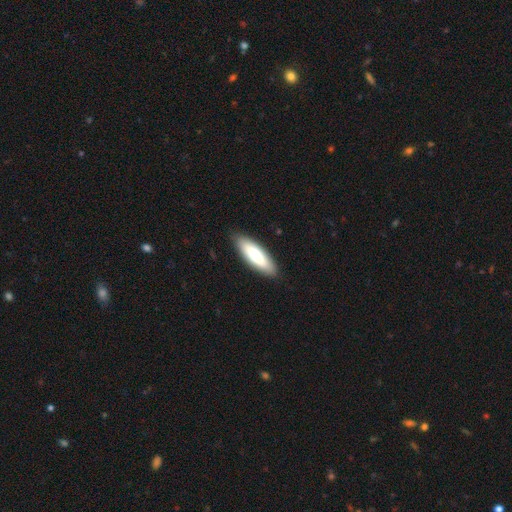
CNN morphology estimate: A smooth galaxy with no disk features (70%) that is in between round and cigar-shaped (53%). Merging: none (89%).